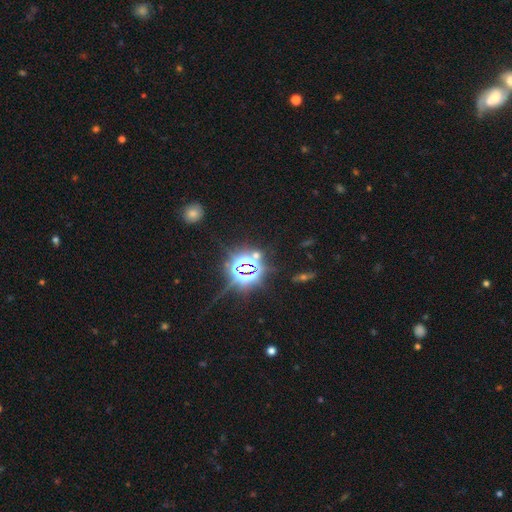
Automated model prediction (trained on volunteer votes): A star or artifact, not a galaxy (80%).